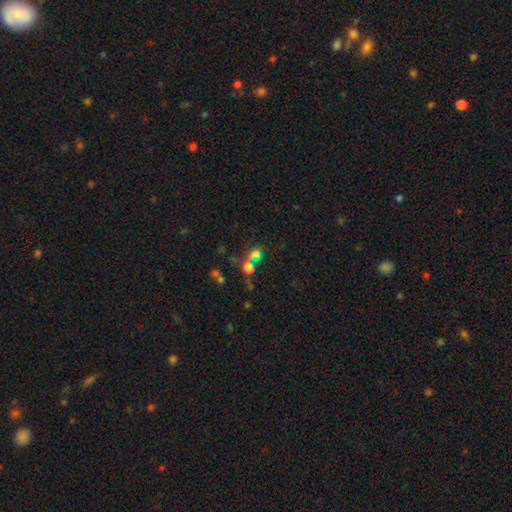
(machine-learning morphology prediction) smooth_or_featured: smooth (p=0.58) [alt: star or artifact p=0.25]
how_rounded: round (p=0.59) [alt: in between p=0.37]
merging: merger (p=0.49) [alt: none p=0.34]